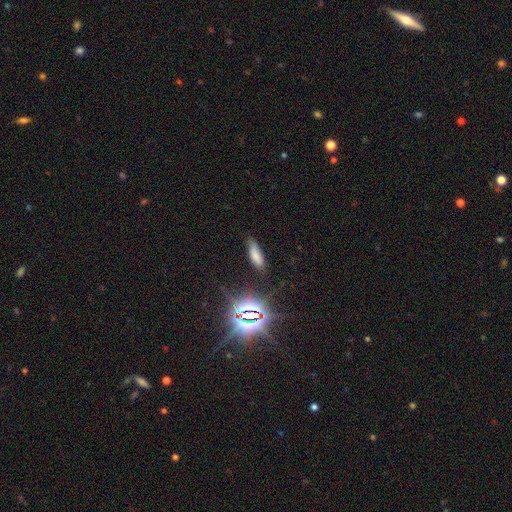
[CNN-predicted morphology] Smooth or featured: smooth — 68% (star or artifact — 22%)
How rounded: in between — 51% (cigar-shaped — 46%)
Merging: none — 74% (minor disturbance — 18%)